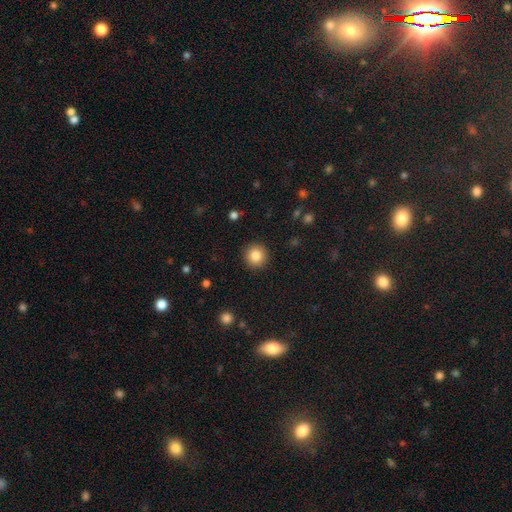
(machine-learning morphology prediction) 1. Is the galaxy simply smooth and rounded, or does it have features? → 83% smooth, 10% star or artifact, 7% featured or disk.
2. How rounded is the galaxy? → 95% round, 4% in between, 1% cigar-shaped.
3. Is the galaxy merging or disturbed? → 92% none, 5% minor disturbance, 2% major disturbance, 1% merger.